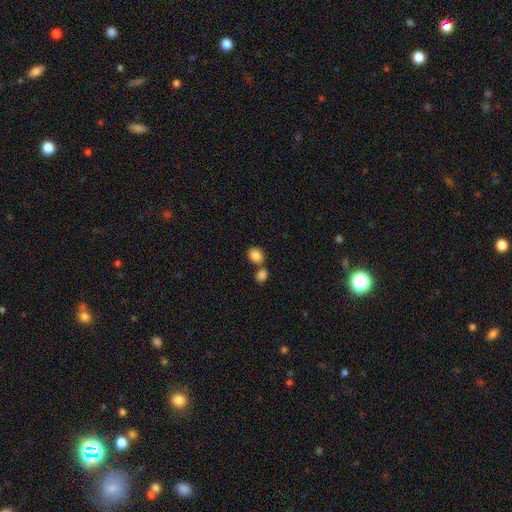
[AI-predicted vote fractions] A smooth galaxy with no disk features (85%) that is in between round and cigar-shaped (50%). Merging: merger (44%).